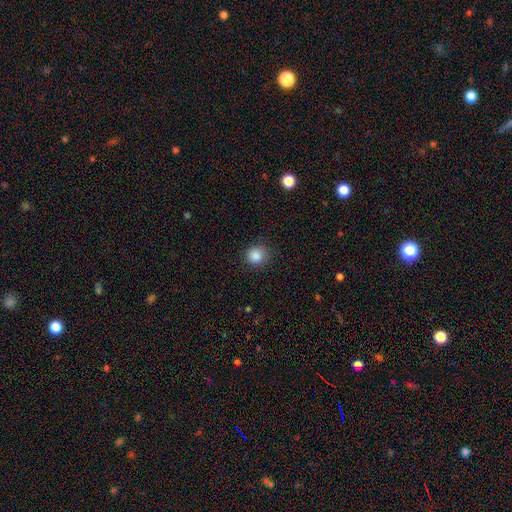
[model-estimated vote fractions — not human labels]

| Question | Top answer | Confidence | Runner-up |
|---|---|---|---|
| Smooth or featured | smooth | 87% | star or artifact (10%) |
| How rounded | round | 87% | in between (13%) |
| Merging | none | 84% | minor disturbance (11%) |